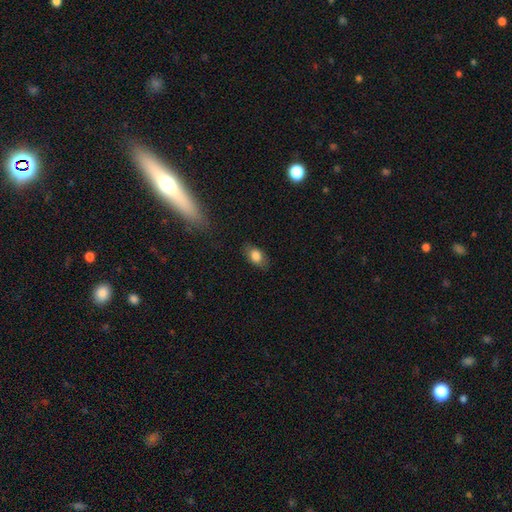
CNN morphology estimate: This is clearly a smooth galaxy (81%). How rounded: clearly in between (87%). Merging: likely none (79%).